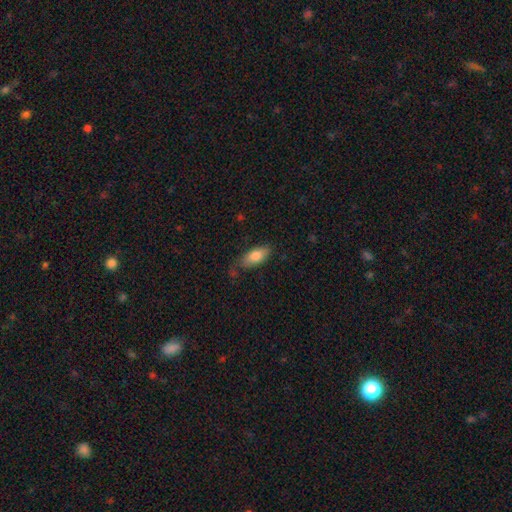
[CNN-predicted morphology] smooth-or-featured: smooth: 79% | featured or disk: 14% | star or artifact: 7%
  how-rounded: in between: 83% | cigar-shaped: 14% | round: 3%
  merging: none: 65% | minor disturbance: 25% | major disturbance: 7% | merger: 3%